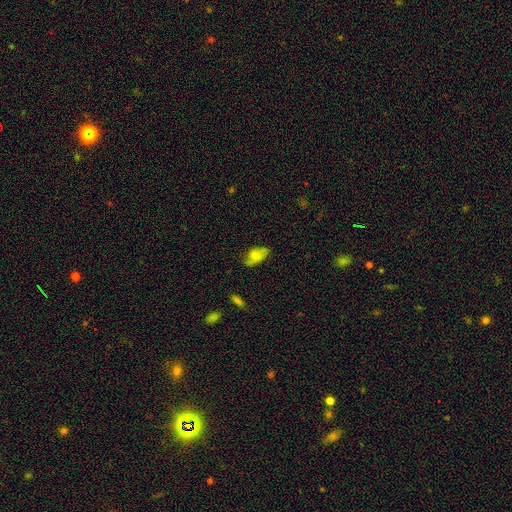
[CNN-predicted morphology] This is likely a smooth galaxy (72%). How rounded: clearly in between (91%). Merging: possibly none (60%).